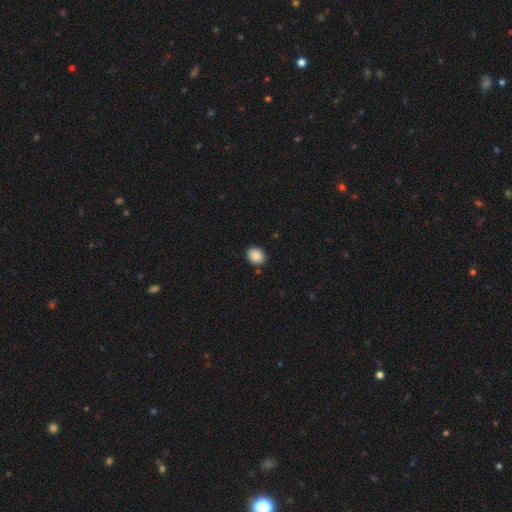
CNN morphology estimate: smooth 88%, star or artifact 8%, featured or disk 4%. Down the decision tree: how rounded — in between (54%); merging — none (88%).